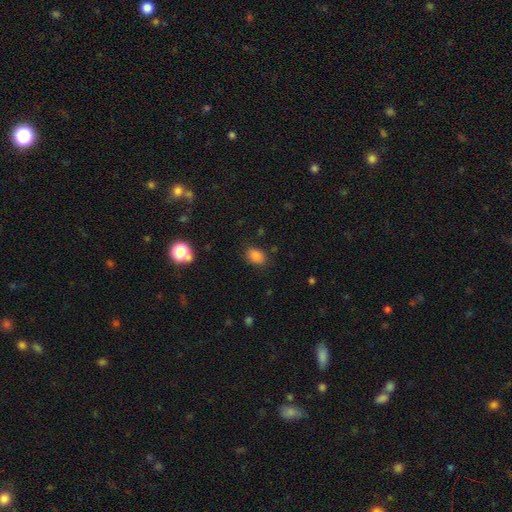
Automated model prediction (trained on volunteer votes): Overall: smooth (84%). How rounded: in between (74%). Merging: none (83%).